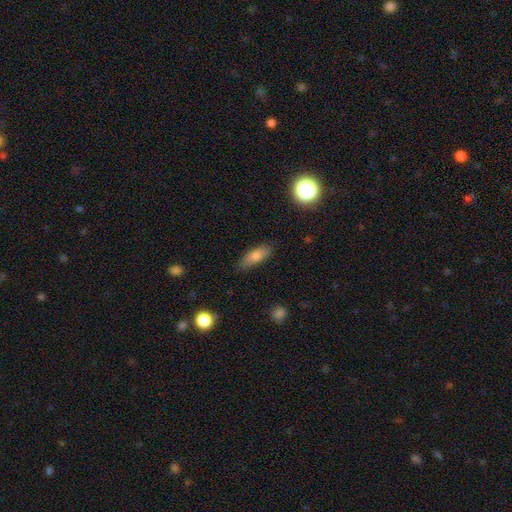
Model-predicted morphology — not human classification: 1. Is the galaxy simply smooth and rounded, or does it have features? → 77% smooth, 14% featured or disk, 9% star or artifact.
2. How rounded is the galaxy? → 64% in between, 33% cigar-shaped, 3% round.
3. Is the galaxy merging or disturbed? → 80% none, 15% minor disturbance, 3% major disturbance, 1% merger.